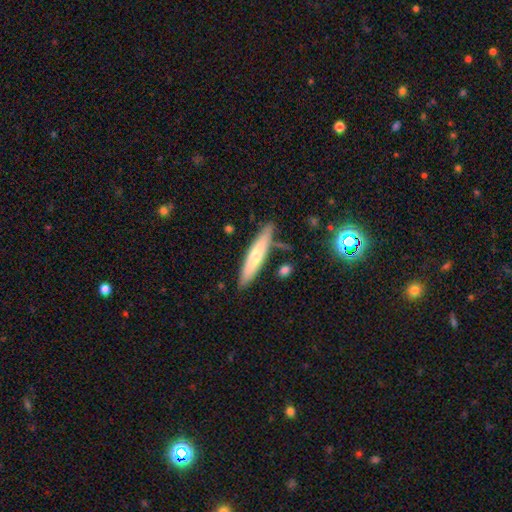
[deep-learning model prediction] Q: Smooth or featured?
A: smooth (60%); runner-up: featured or disk (35%)
Q: How rounded?
A: cigar-shaped (86%); runner-up: in between (13%)
Q: Merging?
A: none (83%); runner-up: minor disturbance (11%)